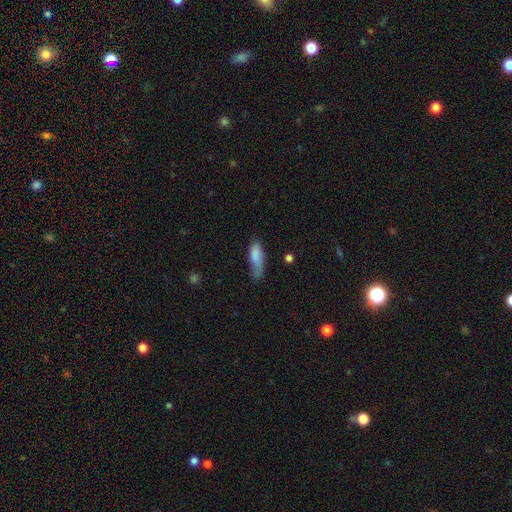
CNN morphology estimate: Smooth or featured: smooth — 81% (featured or disk — 12%)
How rounded: in between — 62% (cigar-shaped — 36%)
Merging: none — 42% (minor disturbance — 38%)